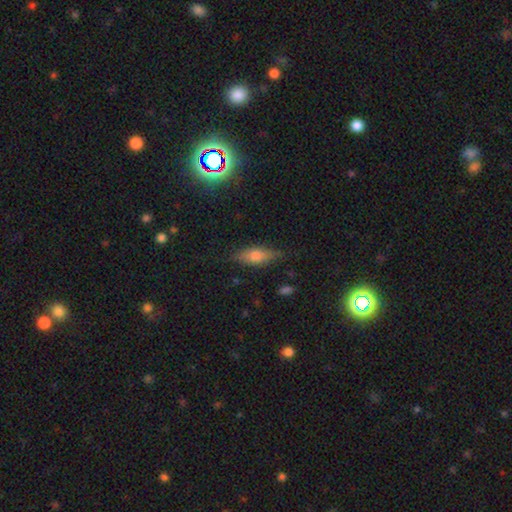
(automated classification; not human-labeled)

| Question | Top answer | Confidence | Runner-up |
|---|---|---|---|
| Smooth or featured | smooth | 46% | featured or disk (38%) |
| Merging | none | 82% | minor disturbance (14%) |